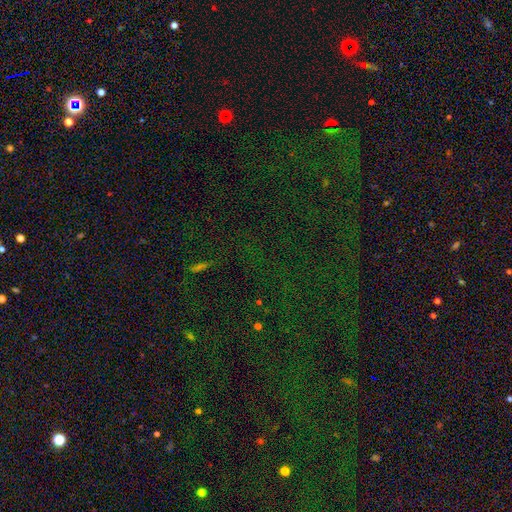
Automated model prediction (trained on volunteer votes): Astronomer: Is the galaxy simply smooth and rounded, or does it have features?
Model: star or artifact — 80%.